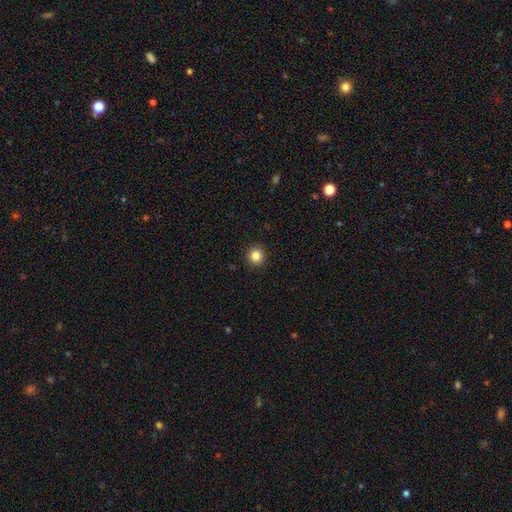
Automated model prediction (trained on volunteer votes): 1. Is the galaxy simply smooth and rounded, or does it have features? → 84% smooth, 12% star or artifact, 5% featured or disk.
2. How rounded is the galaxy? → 94% round, 5% in between, 1% cigar-shaped.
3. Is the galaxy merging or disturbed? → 93% none, 5% minor disturbance, 2% major disturbance, 1% merger.